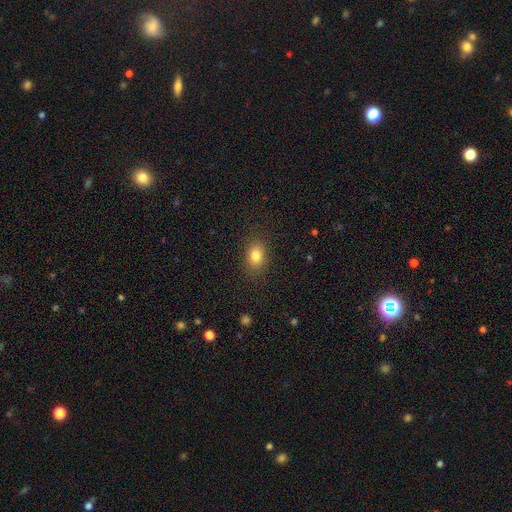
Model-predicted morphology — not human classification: type=smooth (81%); roundness=in between (69%); merging=none (84%).